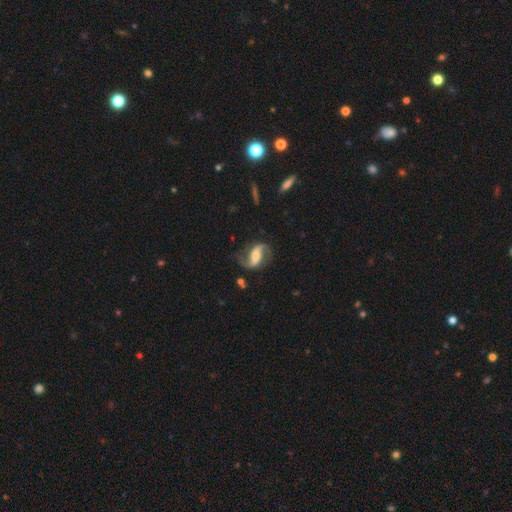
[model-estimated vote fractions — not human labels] Smooth or featured: featured or disk — 86% (smooth — 9%)
Edge-on disk: no — 96% (yes — 4%)
Bar: strong — 43% (weak — 34%)
Spiral arms: yes — 95% (no — 5%)
Spiral winding: loose — 60% (medium — 32%)
Spiral arm count: 2 — 92% (1 — 3%)
Bulge size: moderate — 44% (small — 38%)
Merging: none — 75% (minor disturbance — 15%)